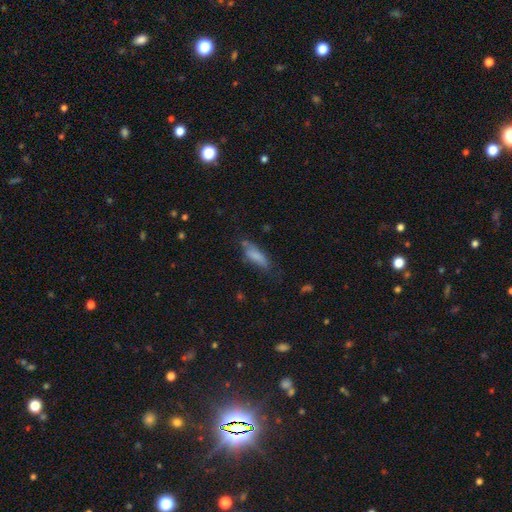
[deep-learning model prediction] Smooth or featured? smooth (75%)
How rounded? in between (50%)
Merging? none (55%)